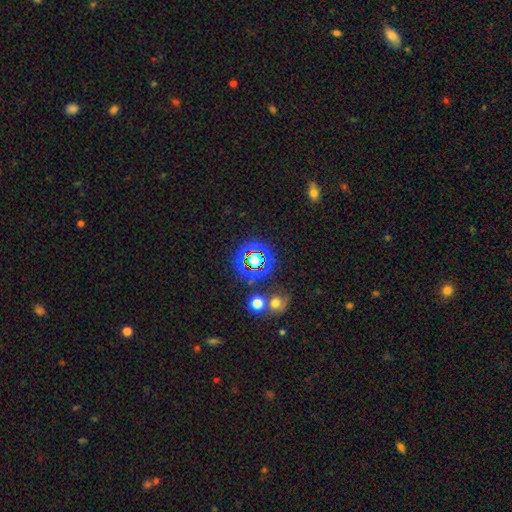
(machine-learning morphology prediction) smooth_or_featured: star or artifact (p=0.71) [alt: smooth p=0.18]